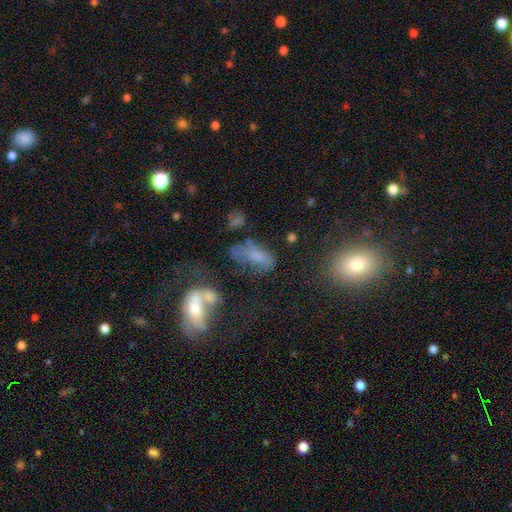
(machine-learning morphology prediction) This is possibly a smooth galaxy (60%). How rounded: clearly in between (82%). Merging: marginally none (35%).